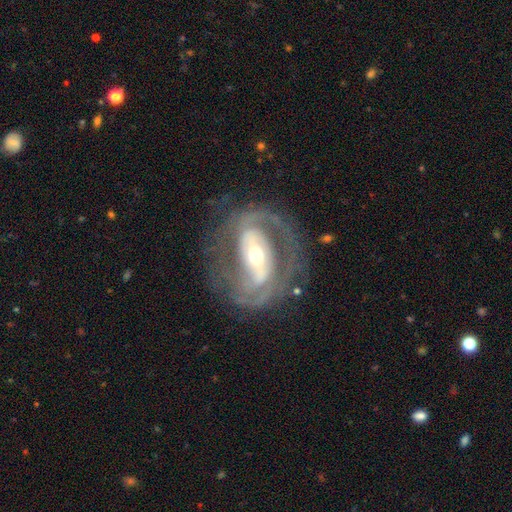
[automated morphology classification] Smooth or featured: featured or disk — 86% (smooth — 9%)
Edge-on disk: no — 95% (yes — 5%)
Bar: strong — 47% (weak — 30%)
Spiral arms: yes — 88% (no — 12%)
Spiral winding: tight — 45% (medium — 41%)
Spiral arm count: 2 — 67% (can't tell — 15%)
Bulge size: moderate — 55% (small — 34%)
Merging: none — 68% (minor disturbance — 17%)